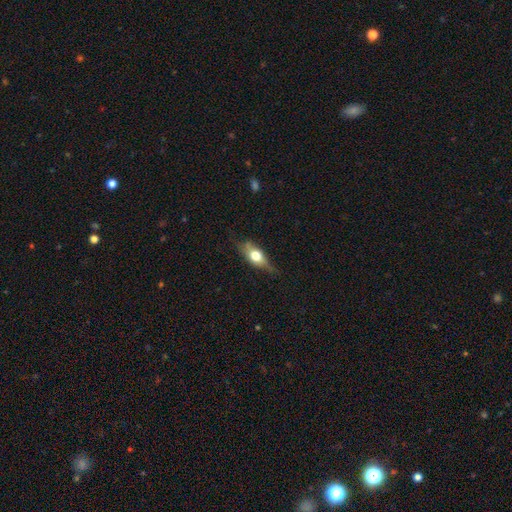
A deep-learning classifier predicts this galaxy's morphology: This is possibly a smooth galaxy (50%). How rounded: likely in between (73%). Merging: likely none (64%).